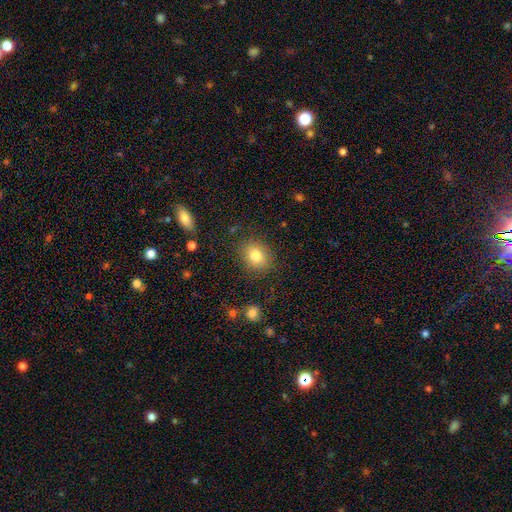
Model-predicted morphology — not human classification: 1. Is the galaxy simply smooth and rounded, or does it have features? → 80% smooth, 11% star or artifact, 10% featured or disk.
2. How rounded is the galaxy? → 58% round, 41% in between, 1% cigar-shaped.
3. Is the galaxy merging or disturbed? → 84% none, 11% minor disturbance, 4% major disturbance, 2% merger.